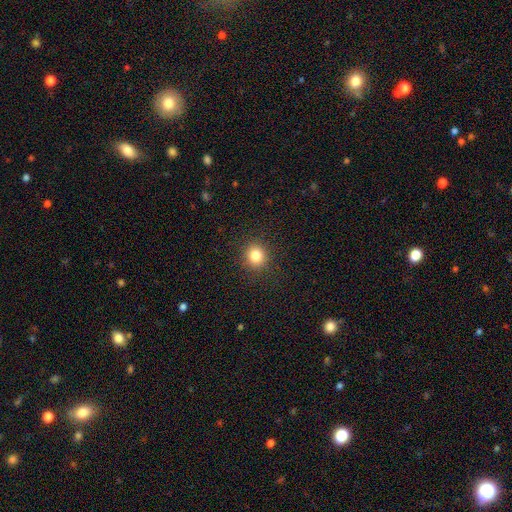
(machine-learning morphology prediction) smooth-or-featured: smooth: 83% | star or artifact: 12% | featured or disk: 5%
  how-rounded: round: 87% | in between: 12% | cigar-shaped: 1%
  merging: none: 90% | minor disturbance: 6% | major disturbance: 2% | merger: 1%